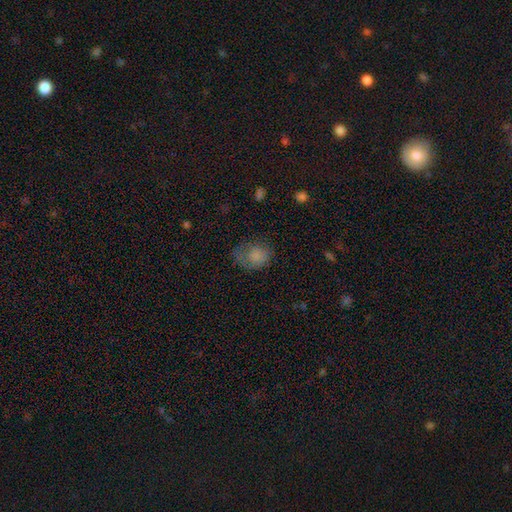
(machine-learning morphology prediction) A smooth galaxy with no disk features (78%) that is in between round and cigar-shaped (51%). Merging: none (46%).